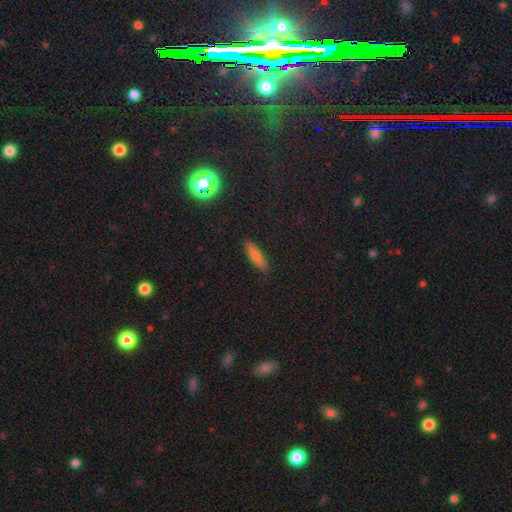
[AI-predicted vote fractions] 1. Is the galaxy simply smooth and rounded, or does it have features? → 69% smooth, 20% featured or disk, 12% star or artifact.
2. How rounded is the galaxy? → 61% cigar-shaped, 36% in between, 3% round.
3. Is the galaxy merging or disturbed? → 88% none, 9% minor disturbance, 2% major disturbance, 1% merger.